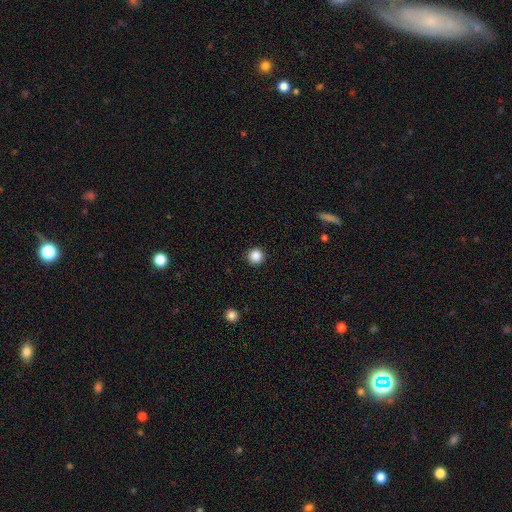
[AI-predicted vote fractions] Morphology: type=smooth (87%); roundness=round (95%); merging=none (92%).